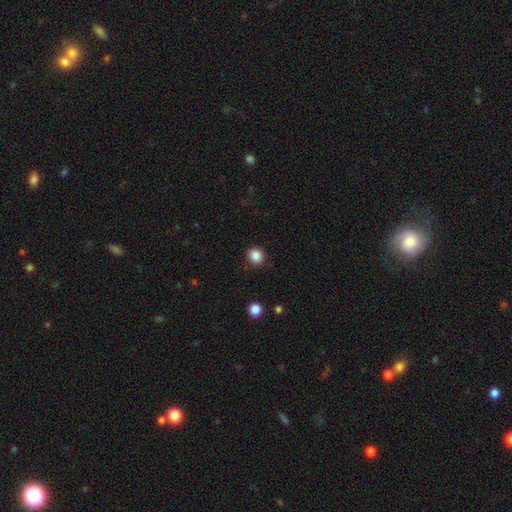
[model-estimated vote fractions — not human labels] Smooth or featured: smooth — 86% (star or artifact — 11%)
How rounded: round — 86% (in between — 13%)
Merging: none — 90% (minor disturbance — 7%)